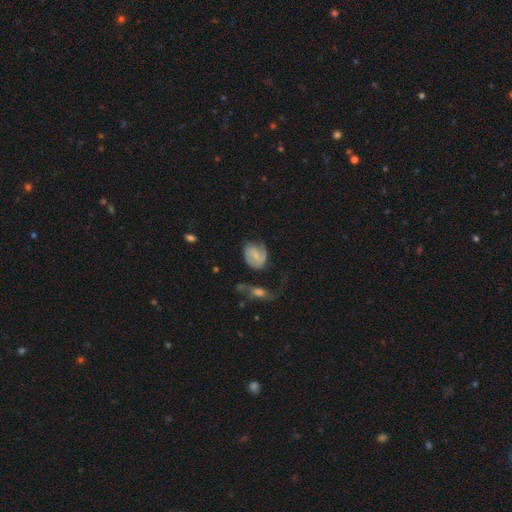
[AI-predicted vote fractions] smooth_or_featured: featured or disk (p=0.65) [alt: smooth p=0.28]
disk_edge_on: no (p=0.97) [alt: yes p=0.03]
bar: weak (p=0.46) [alt: no p=0.36]
has_spiral_arms: yes (p=0.88) [alt: no p=0.12]
spiral_winding: medium (p=0.42) [alt: tight p=0.31]
spiral_arm_count: 2 (p=0.73) [alt: 1 p=0.11]
bulge_size: small (p=0.63) [alt: moderate p=0.21]
merging: none (p=0.53) [alt: minor disturbance p=0.22]